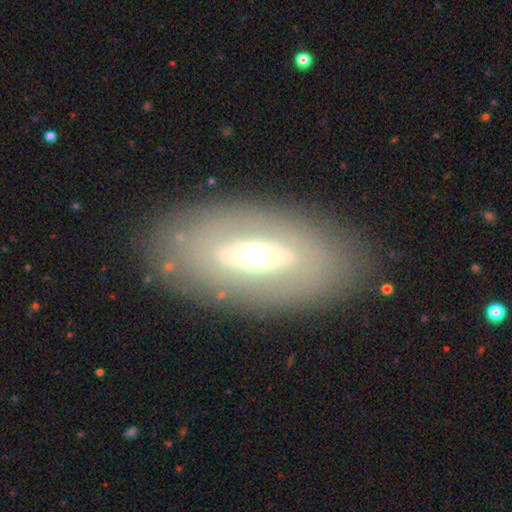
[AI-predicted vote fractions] Morphology: type=featured or disk (56%); edge-on=no (80%); merging=none (80%).